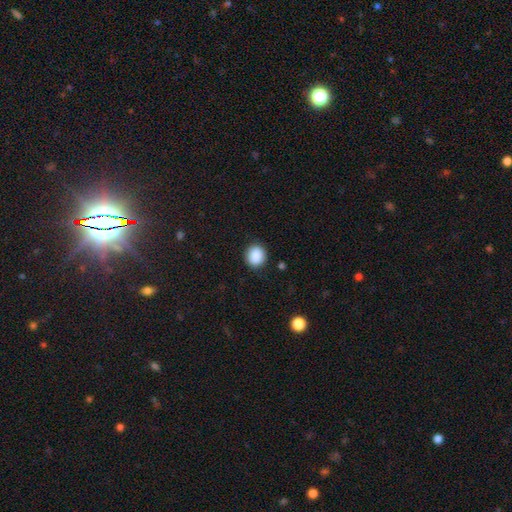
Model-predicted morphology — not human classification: This appears to be a smooth galaxy with no disk features (89%) that is round (83%). Merging: none (90%).